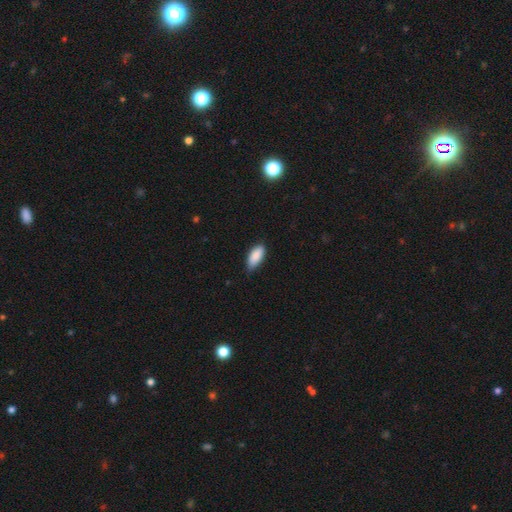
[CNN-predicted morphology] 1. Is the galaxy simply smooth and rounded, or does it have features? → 89% smooth, 6% star or artifact, 5% featured or disk.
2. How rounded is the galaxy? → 86% in between, 12% cigar-shaped, 2% round.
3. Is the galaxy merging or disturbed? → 72% none, 24% minor disturbance, 3% major disturbance, 1% merger.